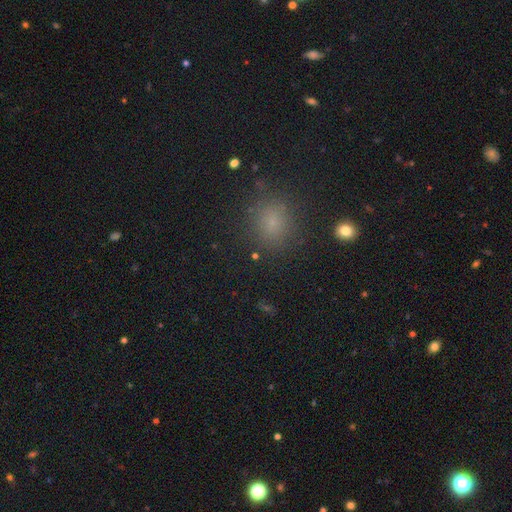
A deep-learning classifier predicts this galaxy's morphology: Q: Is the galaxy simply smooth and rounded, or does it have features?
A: smooth — 67%.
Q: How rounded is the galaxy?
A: round — 73%.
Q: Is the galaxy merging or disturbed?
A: none — 84%.